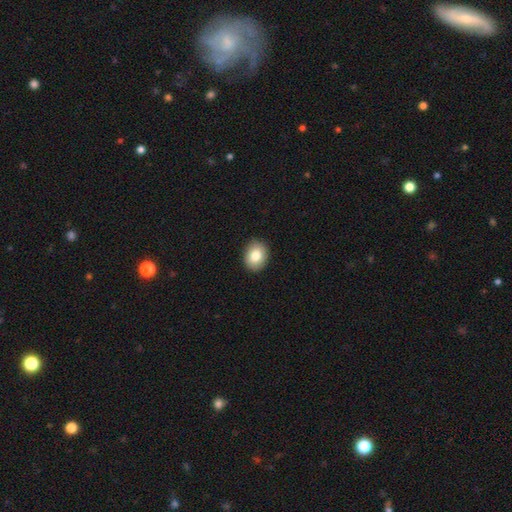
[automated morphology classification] A smooth galaxy with no disk features (81%) that is in between round and cigar-shaped (52%). Merging: none (90%).